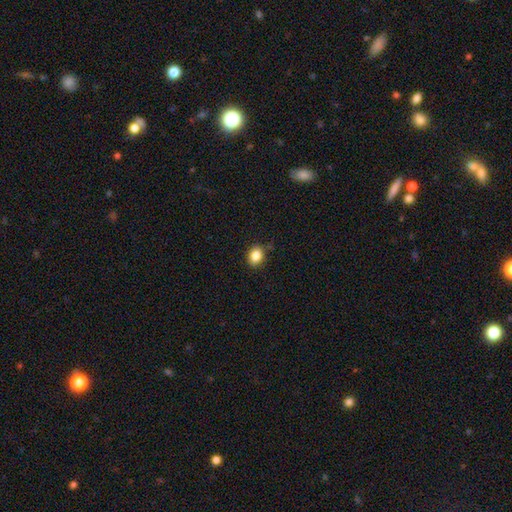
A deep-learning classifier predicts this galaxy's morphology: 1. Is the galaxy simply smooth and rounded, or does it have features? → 85% smooth, 10% star or artifact, 5% featured or disk.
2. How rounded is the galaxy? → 58% in between, 41% round, 1% cigar-shaped.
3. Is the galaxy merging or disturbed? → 86% none, 10% minor disturbance, 2% major disturbance, 2% merger.